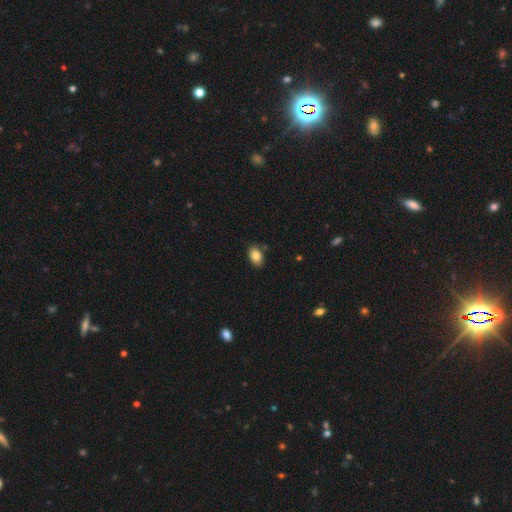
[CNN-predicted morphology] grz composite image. It shows a smooth galaxy with no disk features (84%) that is in between round and cigar-shaped (86%). Merging: none (84%).